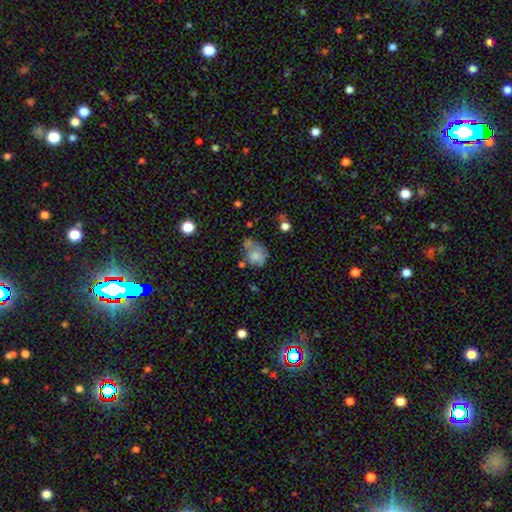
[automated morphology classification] The model was most divided on "how rounded": round: 51%, in between: 48%, cigar-shaped: 1%. Remaining: smooth or featured — smooth (66%); merging — none (30%).